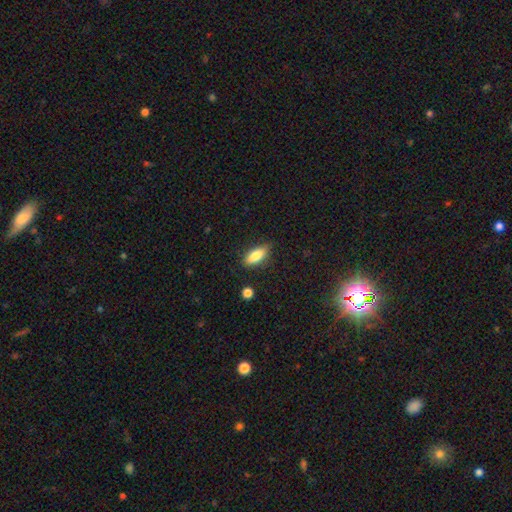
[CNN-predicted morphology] A smooth galaxy with no disk features (82%) that is in between round and cigar-shaped (78%).

Vote fractions:
- Smooth or featured? smooth: 82% / featured or disk: 11% / star or artifact: 7%
- How rounded? in between: 78% / cigar-shaped: 19% / round: 3%
- Merging? none: 80% / minor disturbance: 15% / major disturbance: 3% / merger: 2%